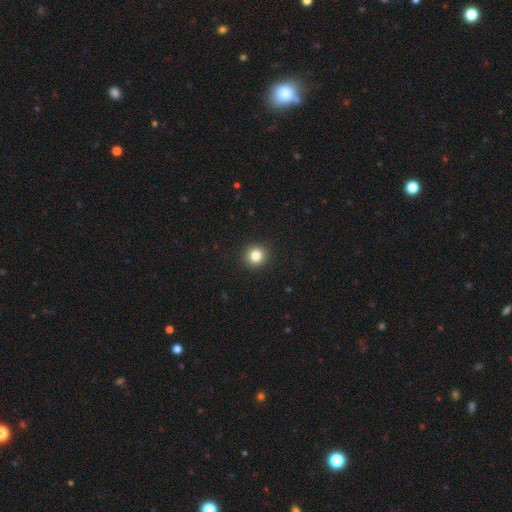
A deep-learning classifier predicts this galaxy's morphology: Smooth or featured? Predicted: smooth (p=0.83). How rounded? Predicted: round (p=0.94). Merging? Predicted: none (p=0.93).